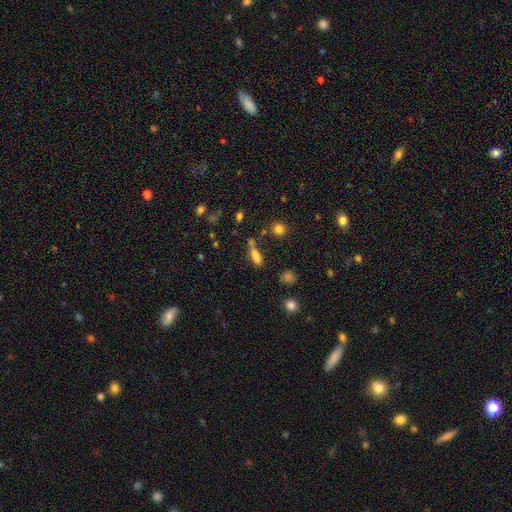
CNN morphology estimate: smooth_or_featured: smooth (p=0.79) [alt: star or artifact p=0.13]
how_rounded: in between (p=0.57) [alt: cigar-shaped p=0.38]
merging: none (p=0.59) [alt: merger p=0.17]